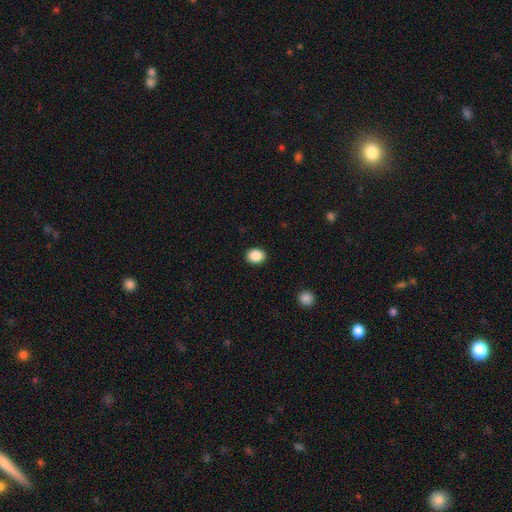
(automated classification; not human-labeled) smooth-or-featured: smooth: 88% | star or artifact: 8% | featured or disk: 3%
  how-rounded: round: 52% | in between: 48% | cigar-shaped: 1%
  merging: none: 91% | minor disturbance: 6% | major disturbance: 2% | merger: 1%